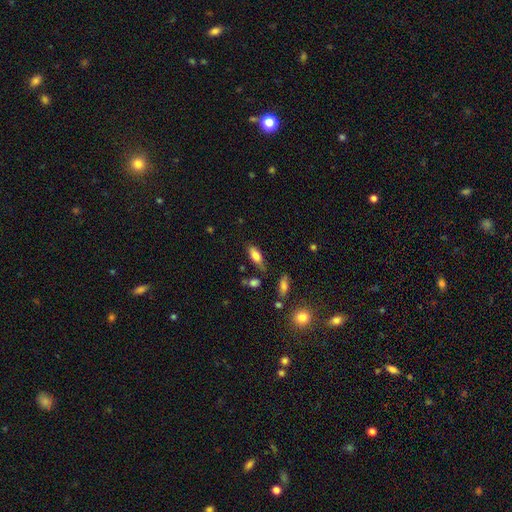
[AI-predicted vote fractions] smooth_or_featured: smooth (p=0.78) [alt: featured or disk p=0.14]
how_rounded: in between (p=0.76) [alt: cigar-shaped p=0.21]
merging: none (p=0.65) [alt: minor disturbance p=0.23]